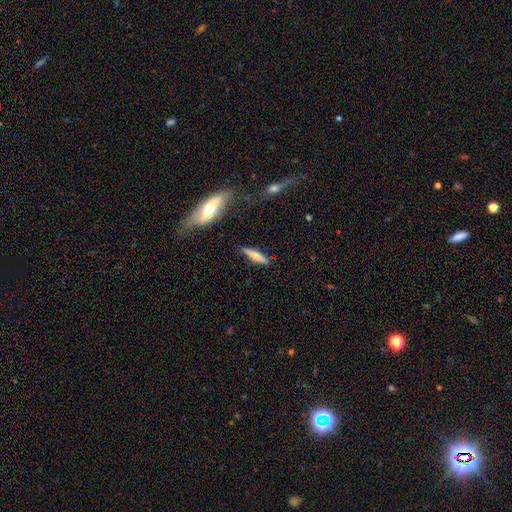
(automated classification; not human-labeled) Smooth or featured? smooth (61%)
How rounded? cigar-shaped (84%)
Merging? none (84%)